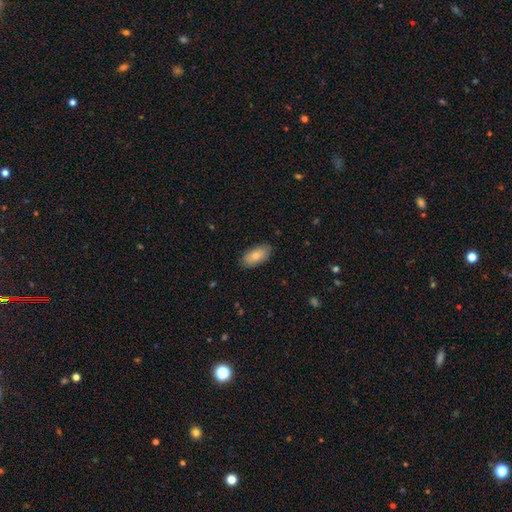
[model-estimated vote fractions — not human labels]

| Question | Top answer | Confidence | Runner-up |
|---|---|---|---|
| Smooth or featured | smooth | 82% | featured or disk (12%) |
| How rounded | in between | 92% | cigar-shaped (6%) |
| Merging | none | 84% | minor disturbance (12%) |